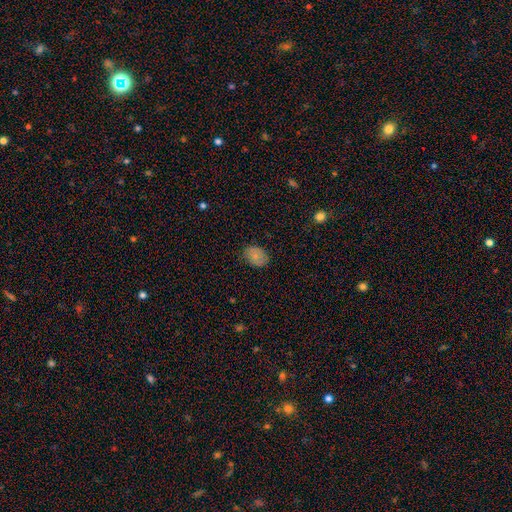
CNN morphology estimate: A smooth galaxy with no disk features (78%) that is in between round and cigar-shaped (72%).

Vote fractions:
- Smooth or featured? smooth: 78% / featured or disk: 12% / star or artifact: 9%
- How rounded? in between: 72% / round: 27% / cigar-shaped: 1%
- Merging? none: 80% / minor disturbance: 16% / major disturbance: 3% / merger: 1%